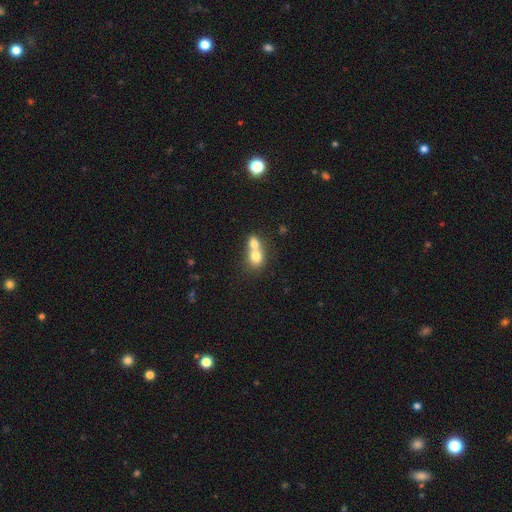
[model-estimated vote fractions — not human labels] Smooth or featured: smooth — 72% (featured or disk — 19%)
How rounded: round — 56% (in between — 42%)
Merging: merger — 73% (none — 19%)